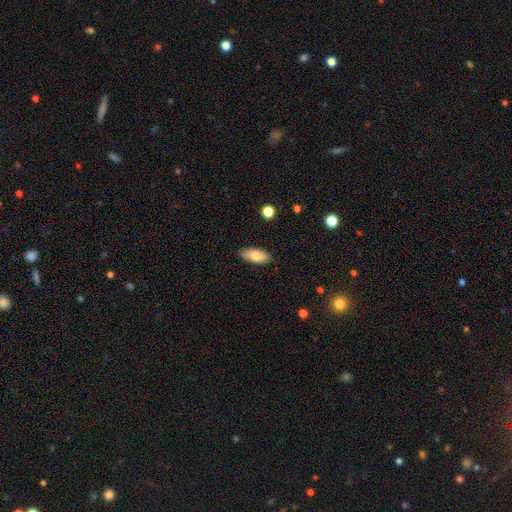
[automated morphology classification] smooth-or-featured: smooth: 78% | featured or disk: 15% | star or artifact: 7%
  how-rounded: in between: 84% | cigar-shaped: 13% | round: 2%
  merging: none: 87% | minor disturbance: 10% | major disturbance: 2% | merger: 1%